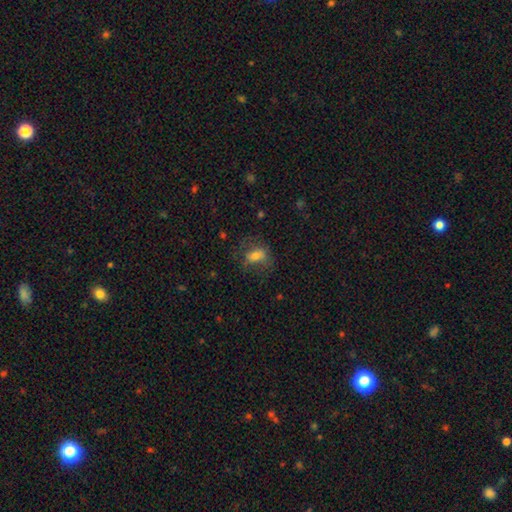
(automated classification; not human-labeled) smooth_or_featured: smooth (p=0.63) [alt: featured or disk p=0.26]
how_rounded: in between (p=0.70) [alt: round p=0.27]
merging: none (p=0.58) [alt: minor disturbance p=0.21]